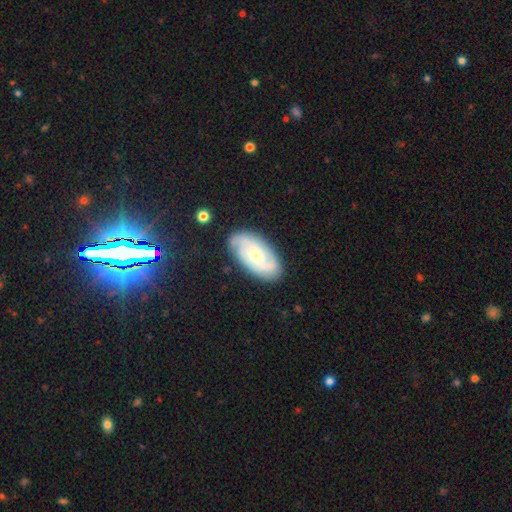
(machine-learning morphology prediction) smooth-or-featured: featured or disk: 75% | smooth: 19% | star or artifact: 6%
  disk-edge-on: no: 95% | yes: 5%
    bar: no: 71% | weak: 25% | strong: 4%
    has-spiral-arms: yes: 94% | no: 6%
      spiral-winding: tight: 57% | medium: 34% | loose: 10%
      spiral-arm-count: 2: 37% | can't tell: 26% | 3: 23% | 4: 6% | 1: 4% | more than 4: 4%
    bulge-size: small: 58% | moderate: 38% | large: 2% | none: 2% | dominant: 1%
  merging: none: 81% | minor disturbance: 14% | major disturbance: 3% | merger: 1%